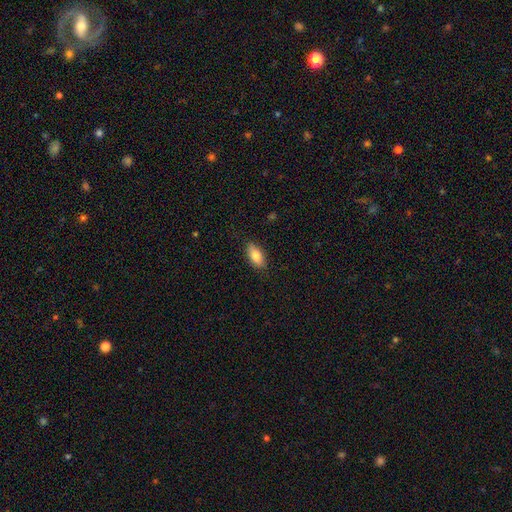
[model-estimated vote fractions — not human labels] Smooth or featured? smooth (81%)
How rounded? in between (89%)
Merging? none (85%)